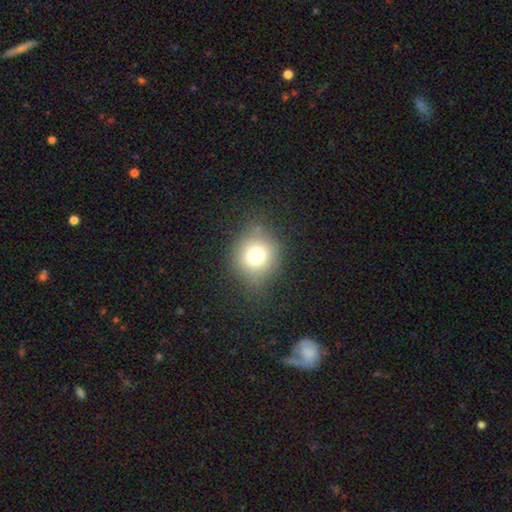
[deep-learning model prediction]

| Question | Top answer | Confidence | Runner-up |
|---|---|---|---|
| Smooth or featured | smooth | 72% | star or artifact (16%) |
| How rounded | round | 81% | in between (18%) |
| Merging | none | 79% | minor disturbance (14%) |